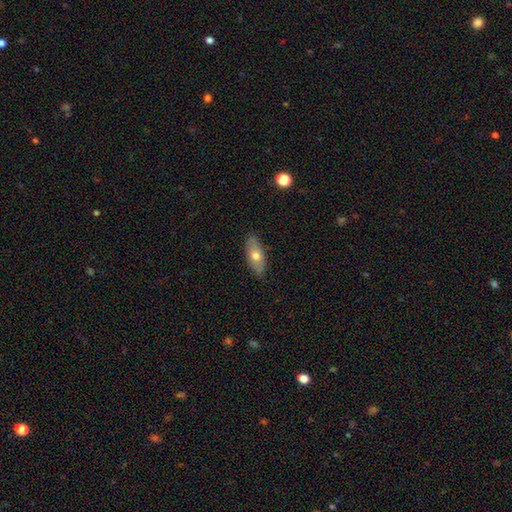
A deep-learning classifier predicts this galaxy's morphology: A smooth galaxy with no disk features (65%) that is in between round and cigar-shaped (78%).

Vote fractions:
- Smooth or featured? smooth: 65% / featured or disk: 29% / star or artifact: 6%
- How rounded? in between: 78% / cigar-shaped: 19% / round: 4%
- Merging? none: 86% / minor disturbance: 11% / major disturbance: 2% / merger: 1%